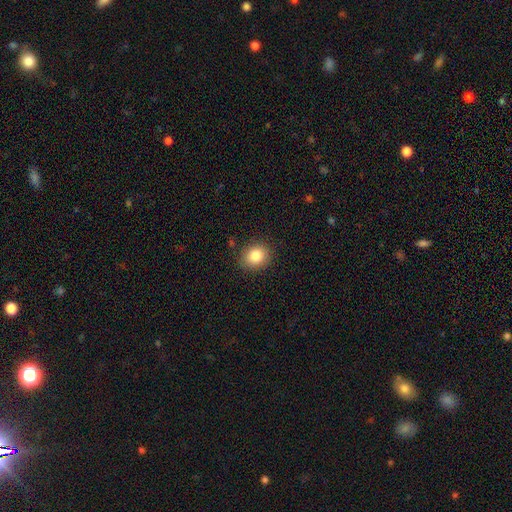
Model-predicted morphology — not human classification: Smooth or featured? Predicted: smooth (p=0.83). How rounded? Predicted: round (p=0.69). Merging? Predicted: none (p=0.87).